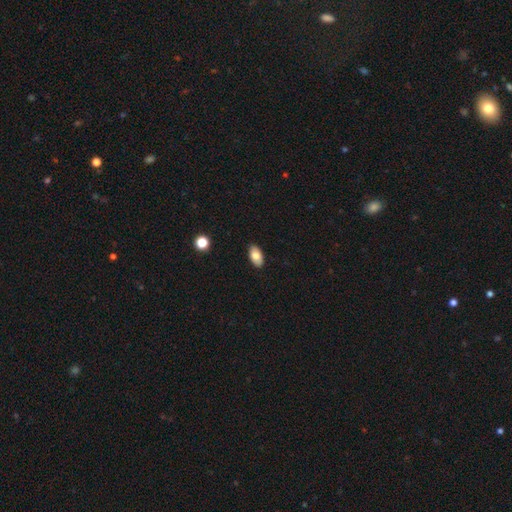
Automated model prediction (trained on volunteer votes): Q: Smooth or featured?
A: smooth (80%); runner-up: featured or disk (13%)
Q: How rounded?
A: in between (94%); runner-up: round (4%)
Q: Merging?
A: none (89%); runner-up: minor disturbance (8%)